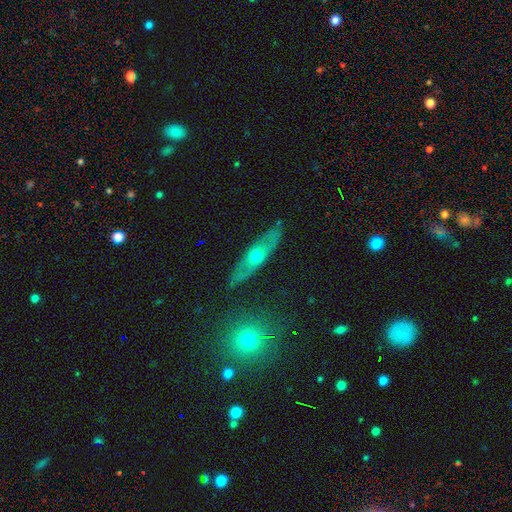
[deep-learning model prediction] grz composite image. It shows a featured or disk galaxy (60%) viewed edge-on (67%). Merging: none (83%).